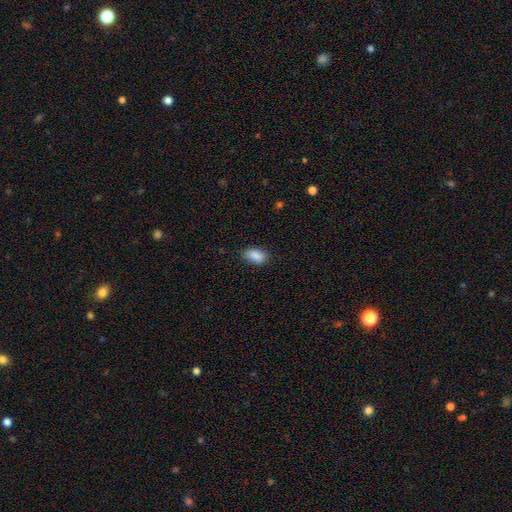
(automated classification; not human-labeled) A smooth galaxy with no disk features (89%) that is in between round and cigar-shaped (92%). Merging: none (82%).